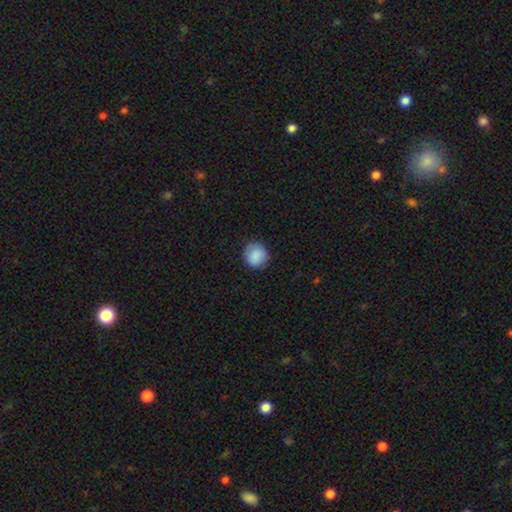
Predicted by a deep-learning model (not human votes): A smooth galaxy with no disk features (87%) that is round (88%).

Vote fractions:
- Smooth or featured? smooth: 87% / star or artifact: 7% / featured or disk: 5%
- How rounded? round: 88% / in between: 11% / cigar-shaped: 1%
- Merging? none: 85% / minor disturbance: 11% / major disturbance: 3% / merger: 1%